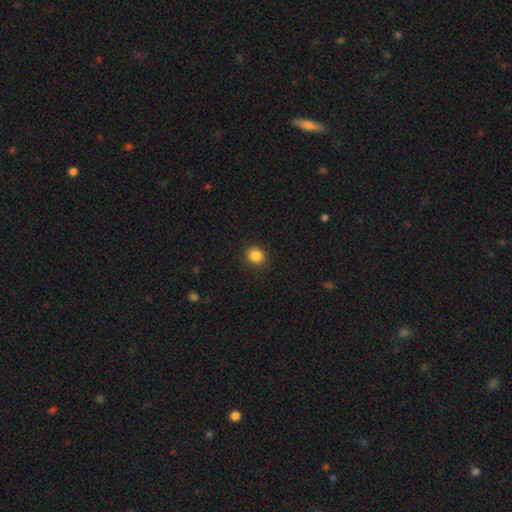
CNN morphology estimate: Smooth or featured?
  - smooth: 86% *
  - star or artifact: 11%
  - featured or disk: 3%
How rounded?
  - round: 85% *
  - in between: 14%
  - cigar-shaped: 1%
Merging?
  - none: 90% *
  - minor disturbance: 6%
  - major disturbance: 2%
  - merger: 1%